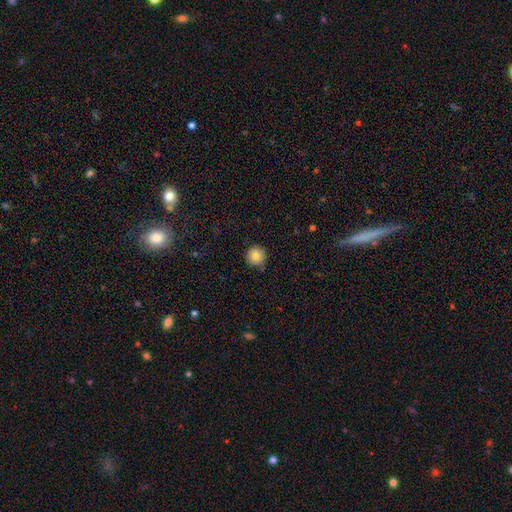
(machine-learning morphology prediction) This appears to be a smooth galaxy with no disk features (83%) that is round (95%). Merging: none (88%).